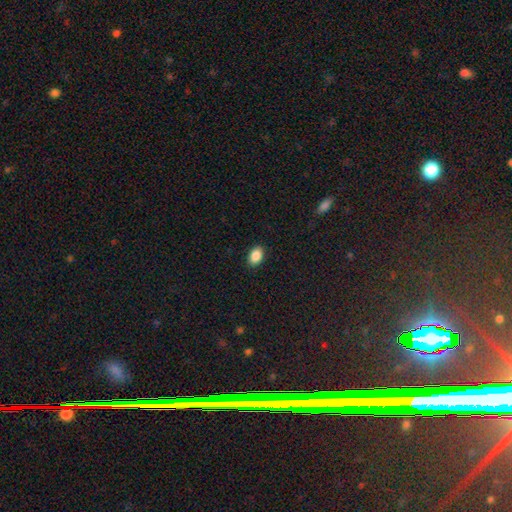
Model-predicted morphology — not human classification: This is clearly a smooth galaxy (88%). How rounded: clearly in between (86%). Merging: clearly none (89%).